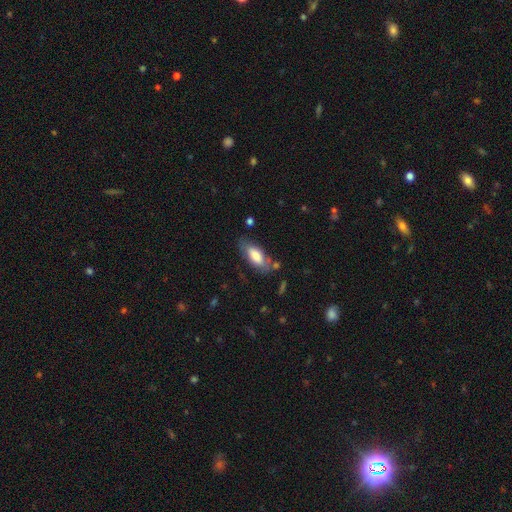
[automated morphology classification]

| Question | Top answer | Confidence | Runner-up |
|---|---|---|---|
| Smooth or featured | smooth | 73% | featured or disk (21%) |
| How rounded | in between | 79% | cigar-shaped (19%) |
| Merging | none | 69% | minor disturbance (20%) |